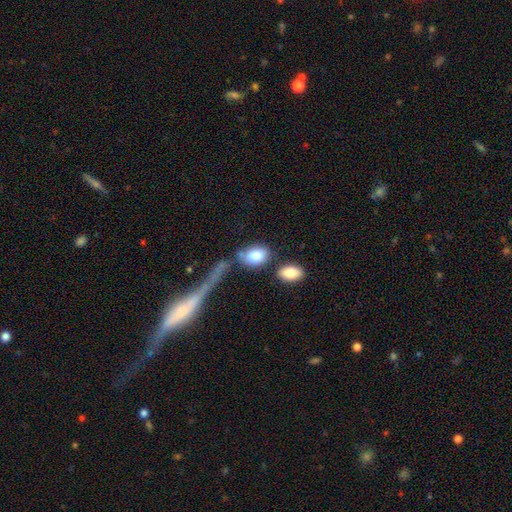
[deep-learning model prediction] Overall: smooth (82%). How rounded: in between (82%). Merging: none (53%; merger 21%).